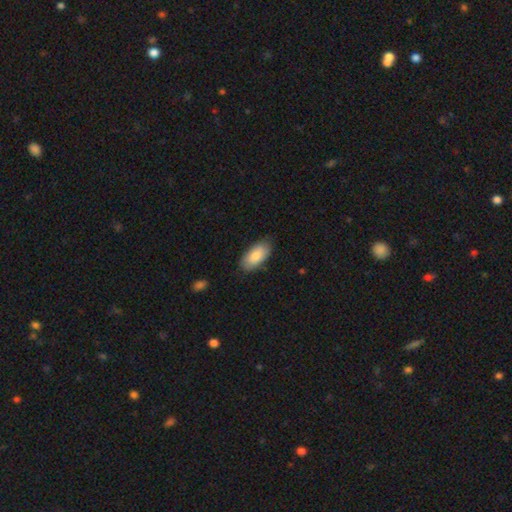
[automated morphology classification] This is clearly a smooth galaxy (82%). How rounded: clearly in between (92%). Merging: clearly none (82%).